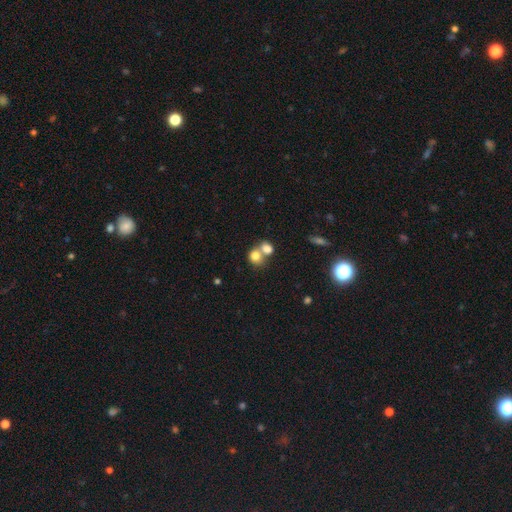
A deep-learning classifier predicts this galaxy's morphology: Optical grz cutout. It shows a smooth galaxy with no disk features (78%) that is round (65%). Merging: merger (58%).